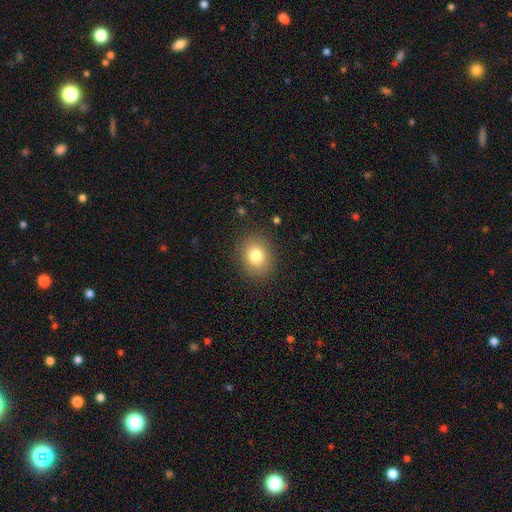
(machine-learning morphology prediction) This appears to be a smooth galaxy with no disk features (80%) that is round (62%). Merging: none (88%).